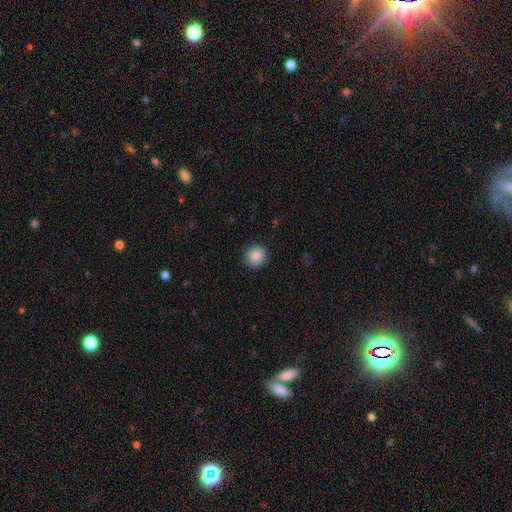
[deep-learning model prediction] smooth_or_featured: smooth (p=0.88) [alt: star or artifact p=0.09]
how_rounded: round (p=0.90) [alt: in between p=0.09]
merging: none (p=0.91) [alt: minor disturbance p=0.06]